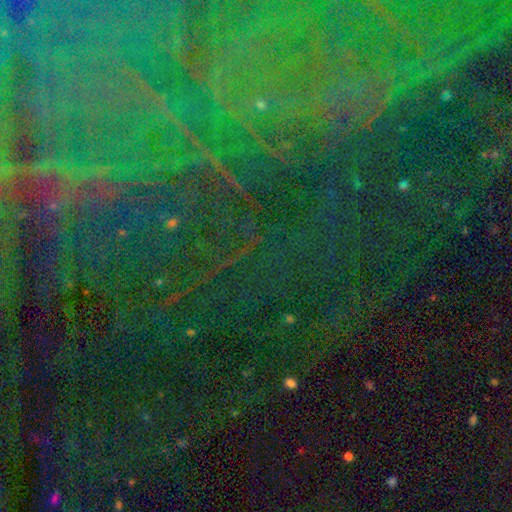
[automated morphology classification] This appears to be a star or artifact, not a galaxy (80%).